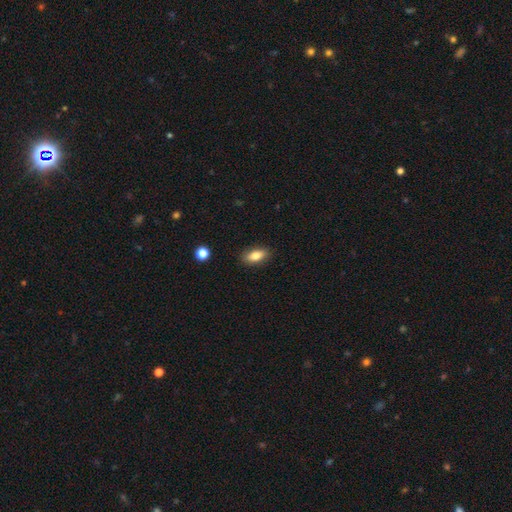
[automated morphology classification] The model was most divided on "smooth or featured": smooth: 82%, featured or disk: 11%, star or artifact: 8%. More confident: merging — none (87%); how rounded — in between (85%).